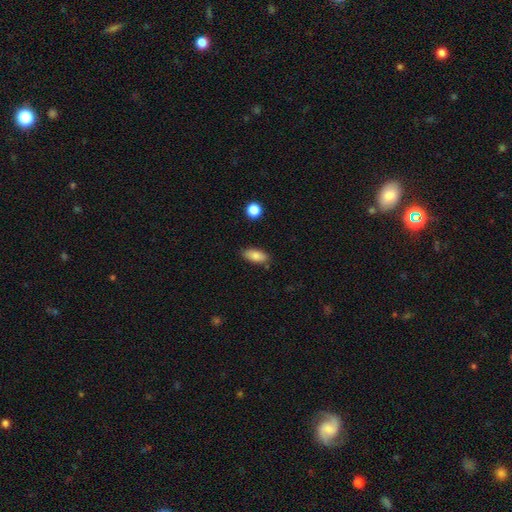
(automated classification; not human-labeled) The model was most divided on "merging": none: 83%, minor disturbance: 12%, major disturbance: 2%, merger: 2%. More confident: how rounded — in between (87%); smooth or featured — smooth (84%).